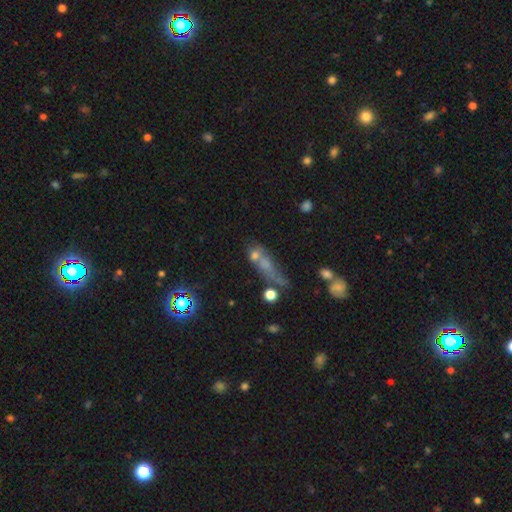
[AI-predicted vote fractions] smooth_or_featured: smooth (p=0.52) [alt: featured or disk p=0.26]
how_rounded: cigar-shaped (p=0.41) [alt: in between p=0.38]
merging: merger (p=0.35) [alt: none p=0.30]